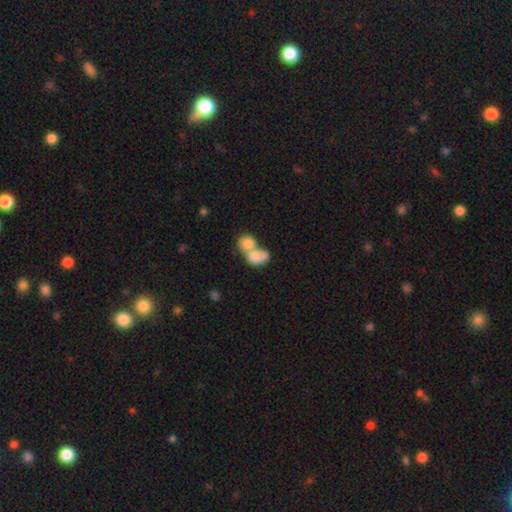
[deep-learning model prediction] Smooth or featured? smooth (77%)
How rounded? in between (62%)
Merging? merger (76%)